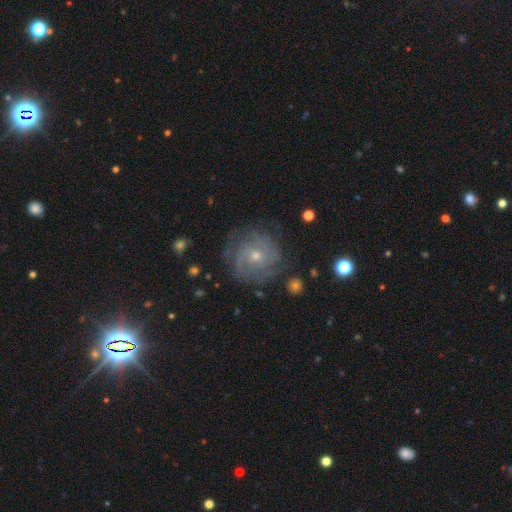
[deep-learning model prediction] Overall: featured or disk (77%). Edge-on disk: no (98%). Bar: no (74%). Spiral arms: yes (91%). Spiral arm count: can't tell (39%; 3 20%). Spiral winding: tight (63%; medium 28%). Bulge size: small (58%; moderate 39%). Merging: none (76%).